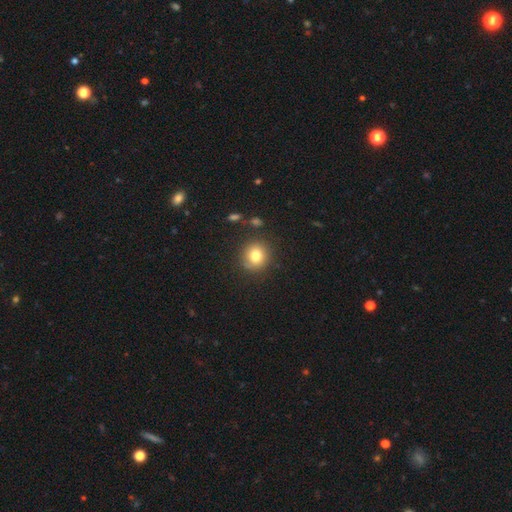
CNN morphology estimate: Overall: smooth (78%). How rounded: round (85%). Merging: none (81%).